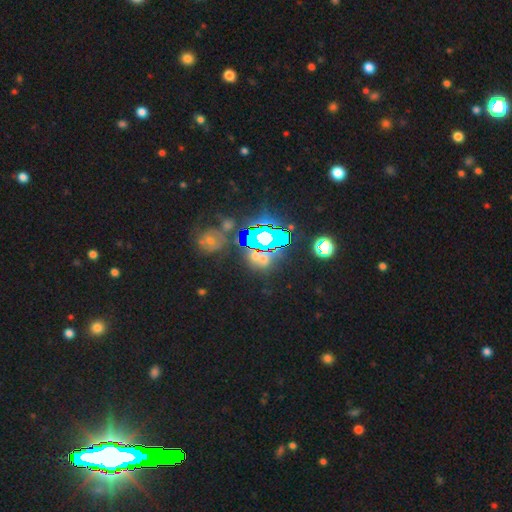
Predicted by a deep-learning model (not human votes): Q: Smooth or featured?
A: star or artifact (66%); runner-up: smooth (23%)